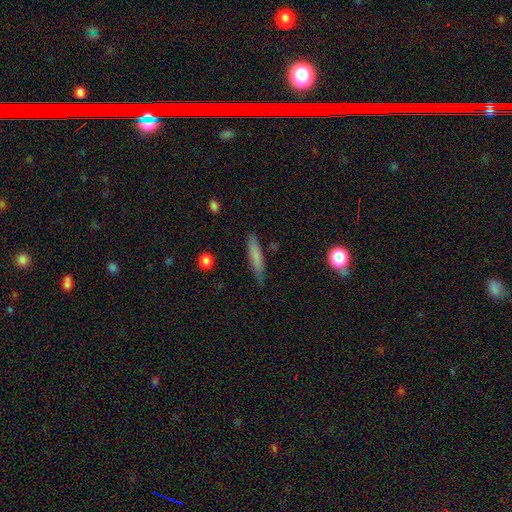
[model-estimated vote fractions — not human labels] Smooth or featured: smooth — 73% (featured or disk — 19%)
How rounded: cigar-shaped — 86% (in between — 12%)
Merging: none — 81% (minor disturbance — 14%)